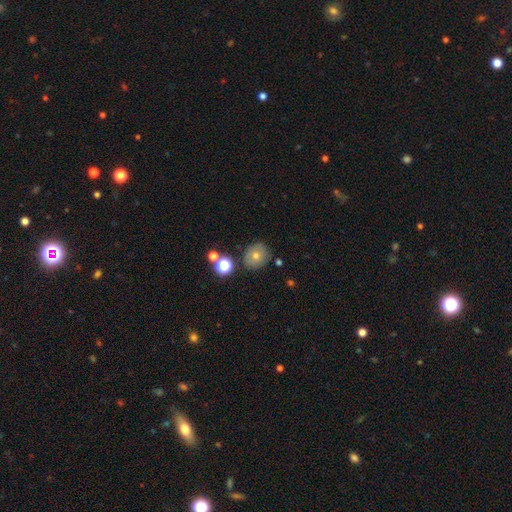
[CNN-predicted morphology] type=smooth (62%); roundness=round (77%); merging=none (80%).